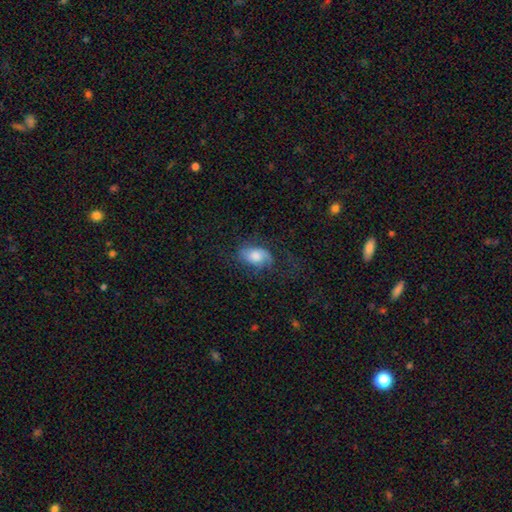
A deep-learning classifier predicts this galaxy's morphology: Smooth or featured?
  - smooth: 53% *
  - featured or disk: 38%
  - star or artifact: 9%
How rounded?
  - in between: 87% *
  - round: 11%
  - cigar-shaped: 2%
Merging?
  - none: 51% *
  - major disturbance: 24%
  - minor disturbance: 23%
  - merger: 2%